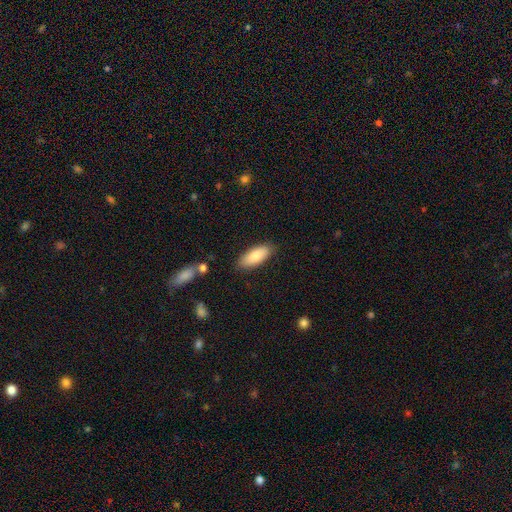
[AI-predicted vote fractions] This is clearly a smooth galaxy (84%). How rounded: clearly in between (82%). Merging: clearly none (85%).